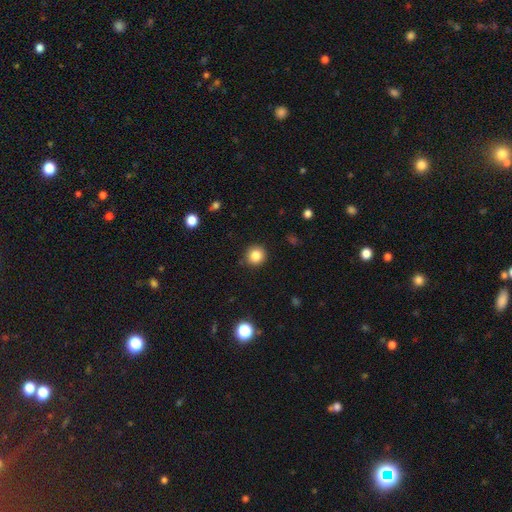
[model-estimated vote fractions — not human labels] The model was most divided on "smooth or featured": smooth: 84%, star or artifact: 11%, featured or disk: 5%. More confident: how rounded — round (93%); merging — none (89%).